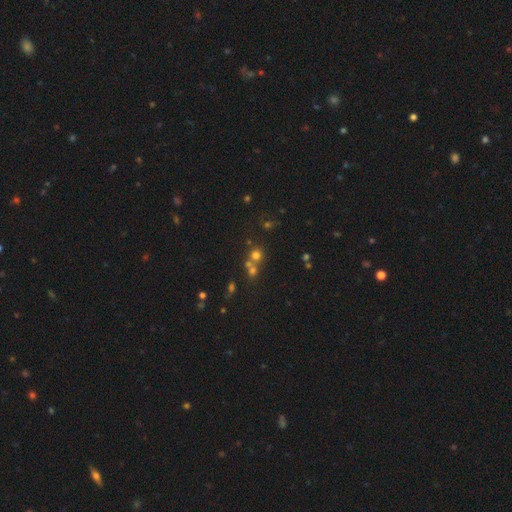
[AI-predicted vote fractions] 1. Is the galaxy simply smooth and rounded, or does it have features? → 58% smooth, 28% star or artifact, 14% featured or disk.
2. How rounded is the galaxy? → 87% round, 12% in between, 1% cigar-shaped.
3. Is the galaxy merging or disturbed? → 49% none, 40% merger, 7% minor disturbance, 3% major disturbance.